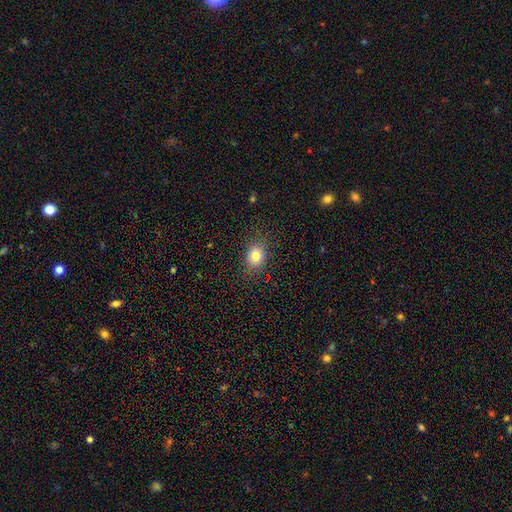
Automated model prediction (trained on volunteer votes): This is likely a smooth galaxy (80%). How rounded: possibly in between (51%). Merging: clearly none (85%).